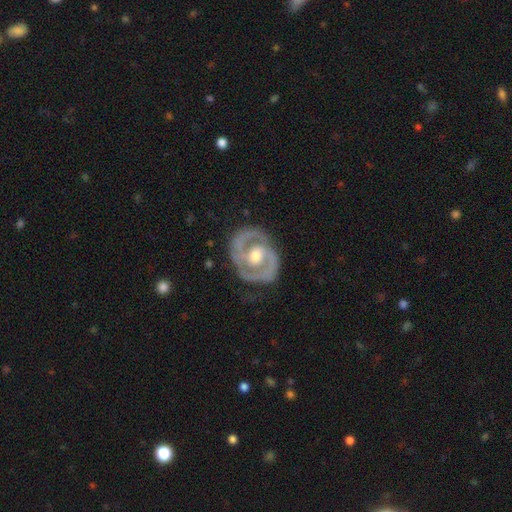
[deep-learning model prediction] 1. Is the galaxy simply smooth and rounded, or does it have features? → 87% featured or disk, 8% smooth, 4% star or artifact.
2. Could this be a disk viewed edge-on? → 97% no, 3% yes.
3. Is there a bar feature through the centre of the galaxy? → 46% no, 35% weak, 19% strong.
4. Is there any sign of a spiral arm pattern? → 90% yes, 10% no.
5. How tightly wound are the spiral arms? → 49% tight, 42% medium, 9% loose.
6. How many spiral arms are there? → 87% 2, 5% can't tell, 3% 1, 2% 3, 1% 4, 1% more than 4.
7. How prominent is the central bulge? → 72% moderate, 15% small, 11% large, 1% none, 1% dominant.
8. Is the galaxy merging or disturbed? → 81% none, 13% minor disturbance, 5% major disturbance, 1% merger.